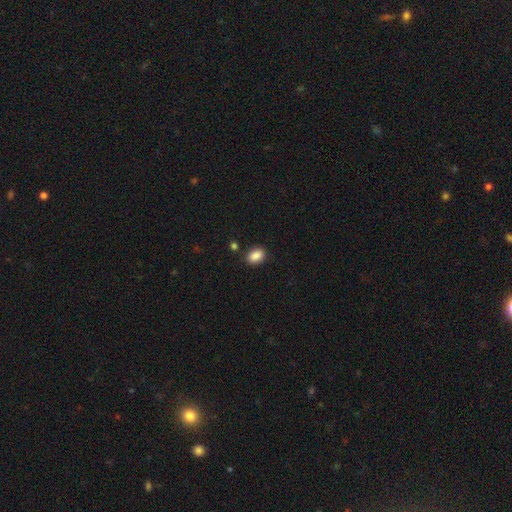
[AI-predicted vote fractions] The model was most divided on "how rounded": in between: 78%, round: 21%, cigar-shaped: 1%. More confident: smooth or featured — smooth (88%); merging — none (86%).